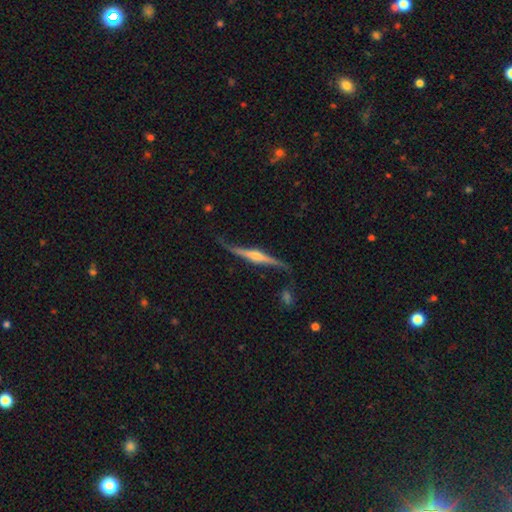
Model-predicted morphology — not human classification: smooth-or-featured: featured or disk: 85% | smooth: 10% | star or artifact: 5%
  disk-edge-on: yes: 93% | no: 7%
    edge-on-bulge: rounded: 85% | boxy: 8% | none: 7%
  merging: none: 69% | minor disturbance: 21% | major disturbance: 7% | merger: 3%